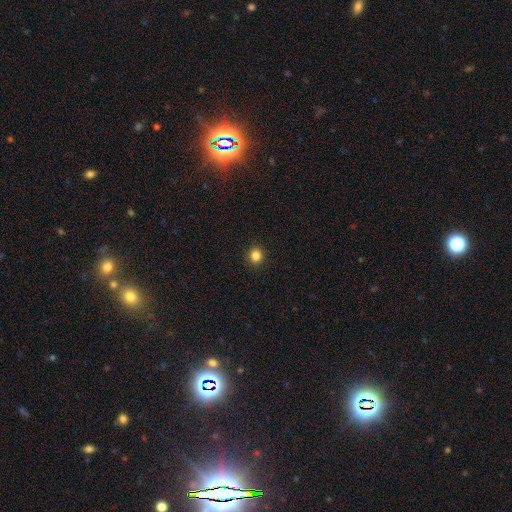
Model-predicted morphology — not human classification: A smooth galaxy with no disk features (84%) that is round (89%).

Vote fractions:
- Smooth or featured? smooth: 84% / star or artifact: 12% / featured or disk: 4%
- How rounded? round: 89% / in between: 10% / cigar-shaped: 1%
- Merging? none: 92% / minor disturbance: 5% / major disturbance: 2% / merger: 1%